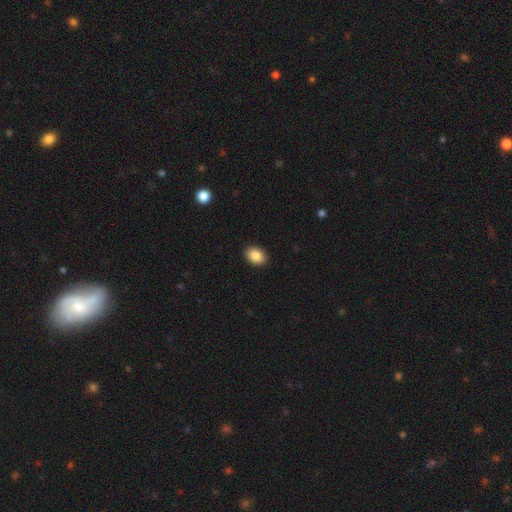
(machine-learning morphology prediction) The model was most divided on "how rounded": in between: 75%, round: 24%, cigar-shaped: 1%. More confident: merging — none (91%); smooth or featured — smooth (88%).